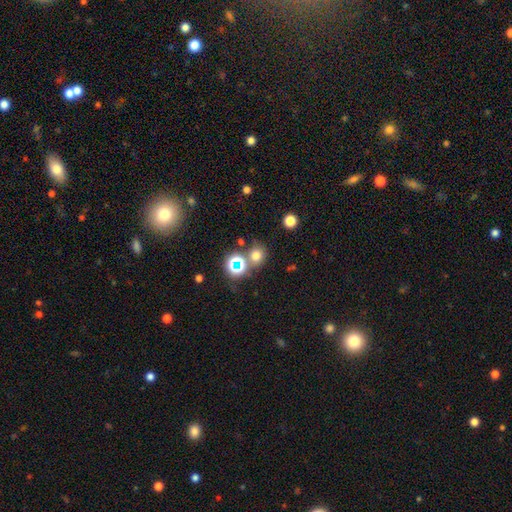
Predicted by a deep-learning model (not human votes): This is likely a smooth galaxy (66%). How rounded: clearly round (81%). Merging: likely none (69%).